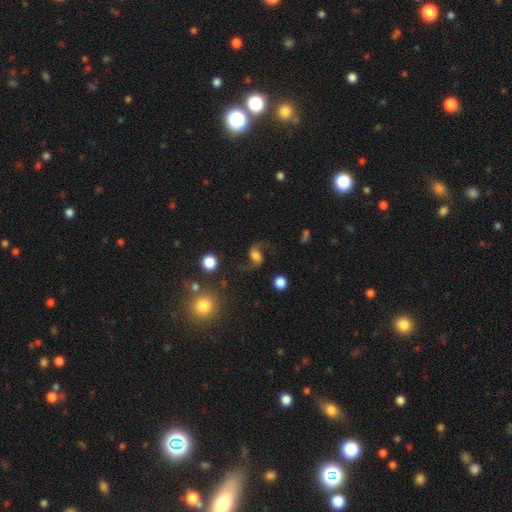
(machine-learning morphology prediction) Overall: featured or disk (76%). Edge-on disk: no (97%). Bar: no (43%; weak 42%). Spiral arms: yes (96%). Spiral arm count: 2 (93%). Spiral winding: loose (79%). Bulge size: moderate (36%; large 29%). Merging: none (72%).